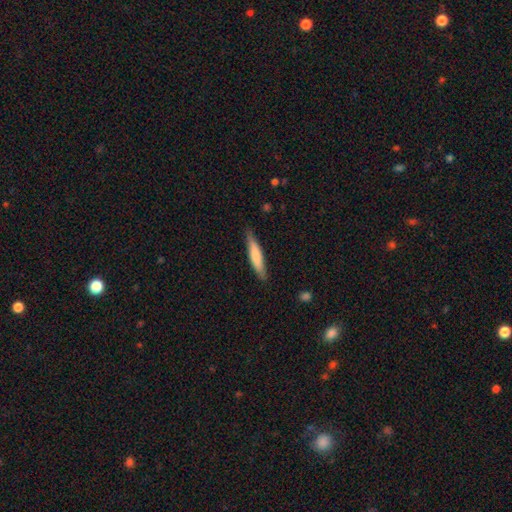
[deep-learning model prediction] This appears to be a smooth galaxy with no disk features (71%) that is cigar-shaped (88%). Merging: none (85%).